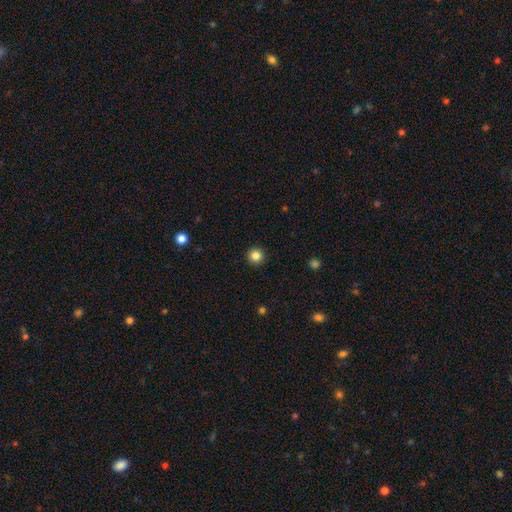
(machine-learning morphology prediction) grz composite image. It shows a smooth galaxy with no disk features (84%) that is round (95%). Merging: none (93%).